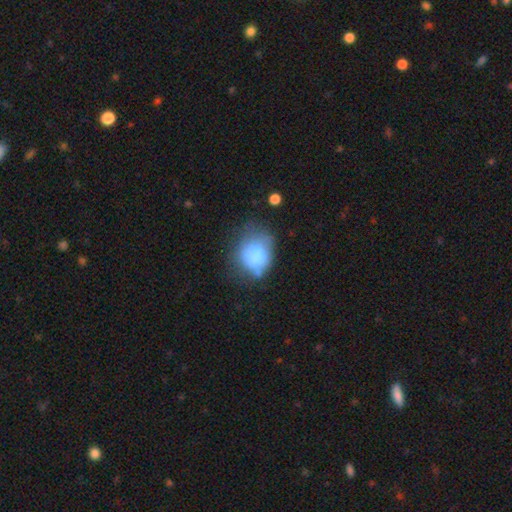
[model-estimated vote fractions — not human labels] Q: Smooth or featured?
A: smooth (70%); runner-up: featured or disk (20%)
Q: How rounded?
A: round (52%); runner-up: in between (47%)
Q: Merging?
A: none (40%); runner-up: minor disturbance (31%)